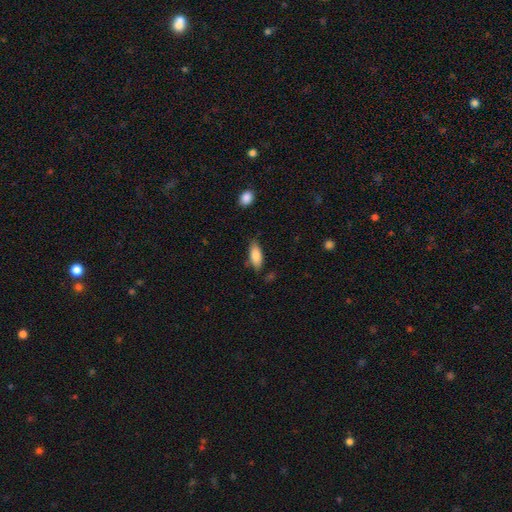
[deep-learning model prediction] Smooth or featured? Predicted: smooth (p=0.85). How rounded? Predicted: in between (p=0.80). Merging? Predicted: none (p=0.75).